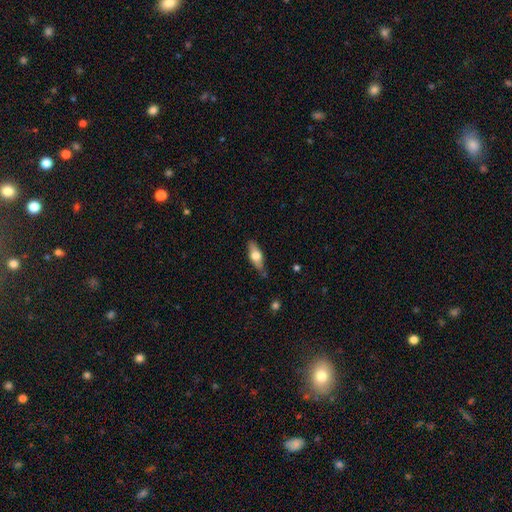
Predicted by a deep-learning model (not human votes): Smooth or featured: smooth — 58% (featured or disk — 36%)
How rounded: in between — 64% (cigar-shaped — 33%)
Merging: none — 77% (minor disturbance — 17%)